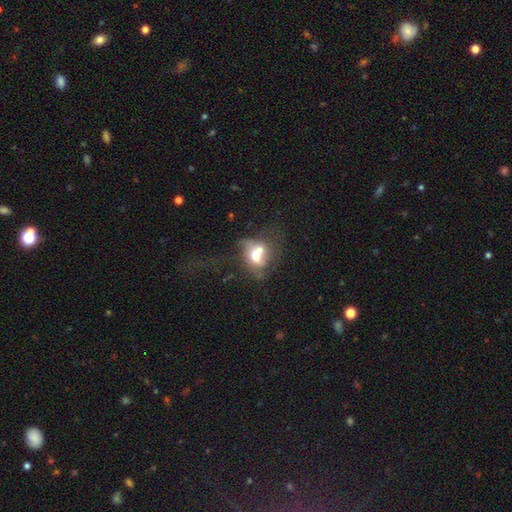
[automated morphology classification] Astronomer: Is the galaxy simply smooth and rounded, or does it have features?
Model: smooth — 51% (runner-up: featured or disk, 39%).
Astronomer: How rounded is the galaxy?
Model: in between — 54% (runner-up: round, 44%).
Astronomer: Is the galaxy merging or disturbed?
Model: merger — 57%.